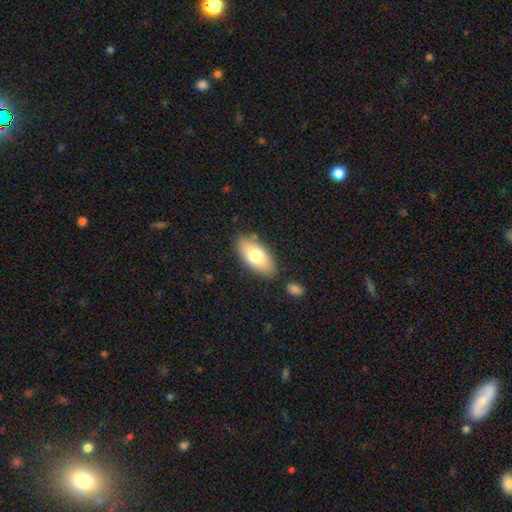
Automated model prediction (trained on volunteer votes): smooth_or_featured: smooth (p=0.74) [alt: featured or disk p=0.20]
how_rounded: in between (p=0.92) [alt: cigar-shaped p=0.05]
merging: none (p=0.81) [alt: minor disturbance p=0.12]